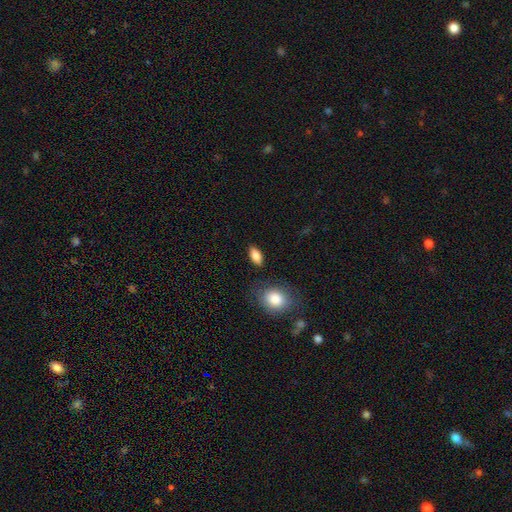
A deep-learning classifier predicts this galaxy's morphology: smooth 86%, star or artifact 7%, featured or disk 6%. Down the decision tree: how rounded — in between (89%); merging — none (83%).